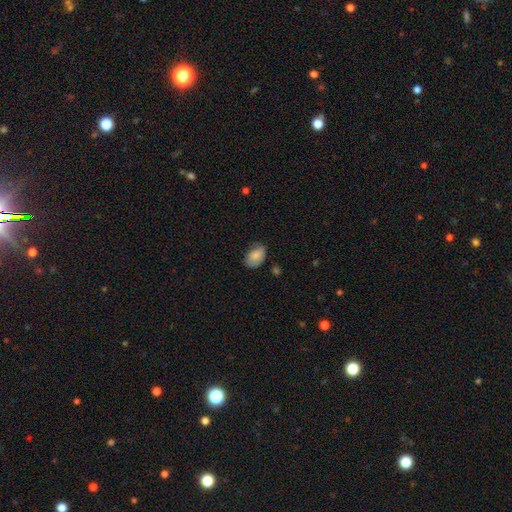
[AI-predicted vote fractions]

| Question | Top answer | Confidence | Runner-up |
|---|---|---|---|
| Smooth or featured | smooth | 78% | featured or disk (15%) |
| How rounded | in between | 84% | round (14%) |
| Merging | none | 61% | minor disturbance (29%) |